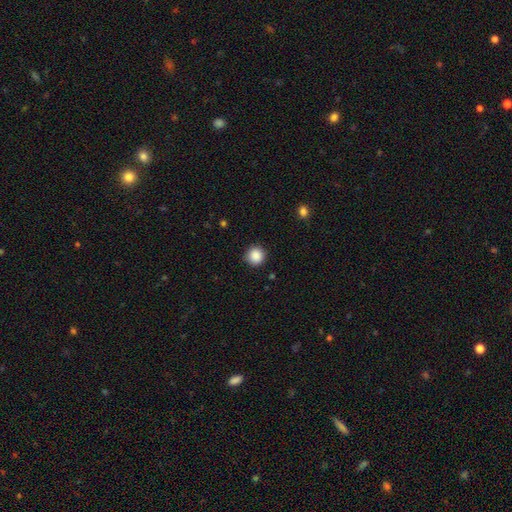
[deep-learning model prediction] Overall: smooth (88%). How rounded: round (94%). Merging: none (89%).